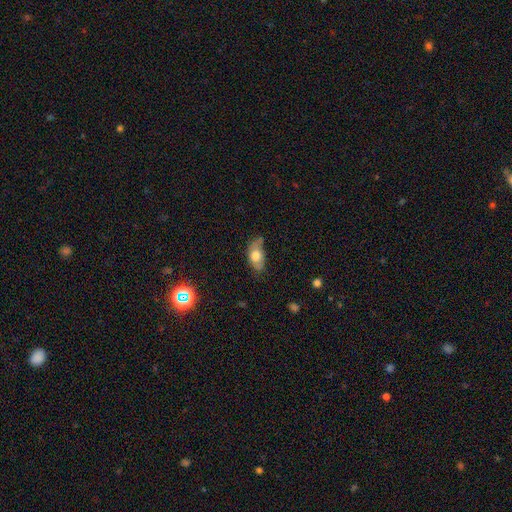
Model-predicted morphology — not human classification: smooth 69%, featured or disk 23%, star or artifact 9%. Down the decision tree: how rounded — in between (88%); merging — none (45%).